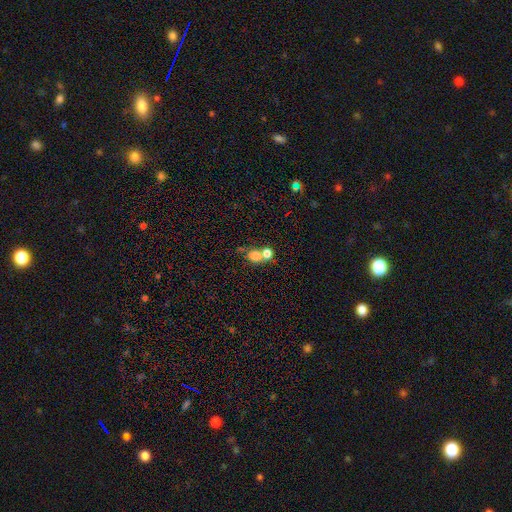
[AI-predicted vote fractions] The model was most divided on "merging": merger: 50%, none: 39%, minor disturbance: 7%, major disturbance: 4%. More confident: smooth or featured — smooth (76%); how rounded — round (74%).